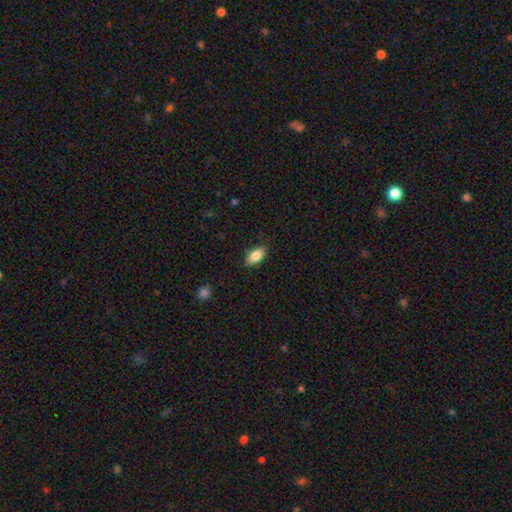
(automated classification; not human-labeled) The model was most divided on "merging": none: 85%, minor disturbance: 11%, major disturbance: 2%, merger: 1%. More confident: how rounded — in between (90%); smooth or featured — smooth (84%).